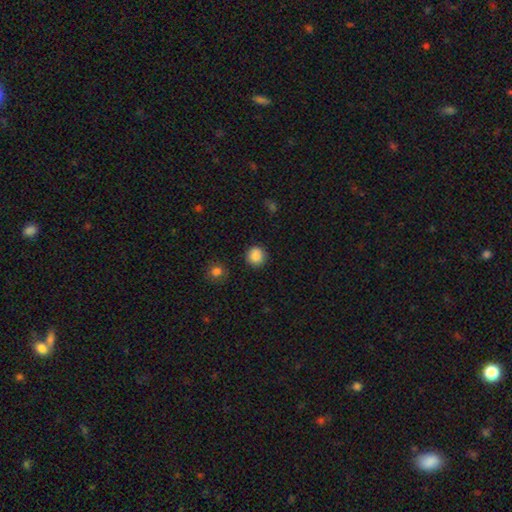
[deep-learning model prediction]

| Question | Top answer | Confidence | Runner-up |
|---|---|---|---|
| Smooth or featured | smooth | 87% | star or artifact (9%) |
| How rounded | round | 93% | in between (6%) |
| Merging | none | 90% | minor disturbance (7%) |